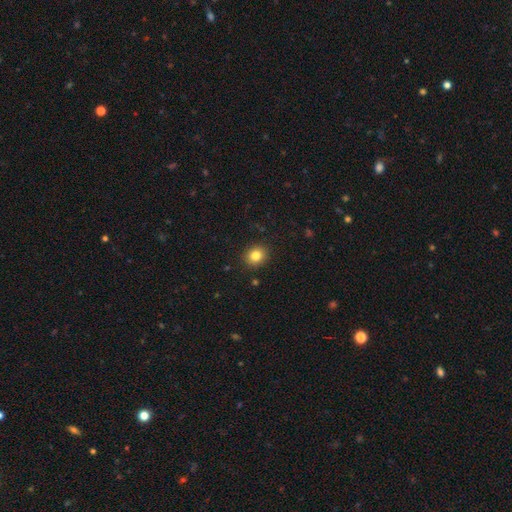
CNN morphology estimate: type=smooth (82%); roundness=round (71%); merging=none (90%).